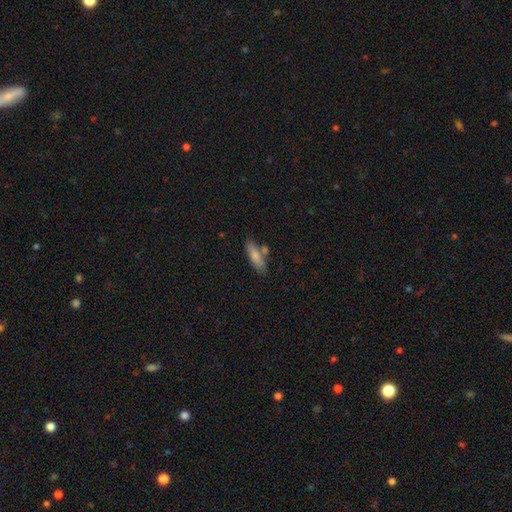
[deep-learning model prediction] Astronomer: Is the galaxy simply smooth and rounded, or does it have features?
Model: smooth — 76%.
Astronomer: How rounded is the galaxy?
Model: cigar-shaped — 50% (runner-up: in between, 47%).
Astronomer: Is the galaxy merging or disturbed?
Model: none — 66%.